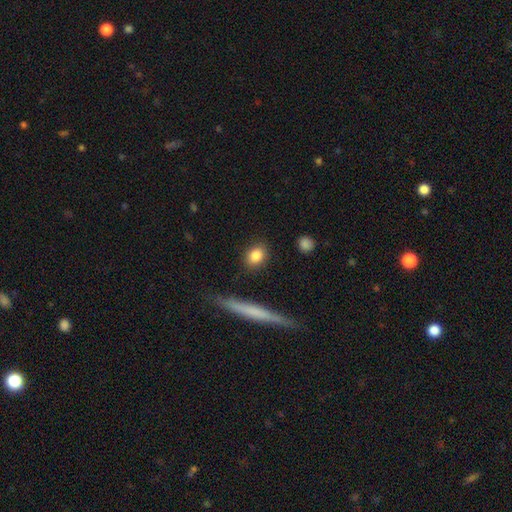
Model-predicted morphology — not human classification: smooth-or-featured: smooth: 84% | star or artifact: 8% | featured or disk: 8%
  how-rounded: in between: 51% | round: 45% | cigar-shaped: 5%
  merging: none: 87% | minor disturbance: 8% | major disturbance: 2% | merger: 2%